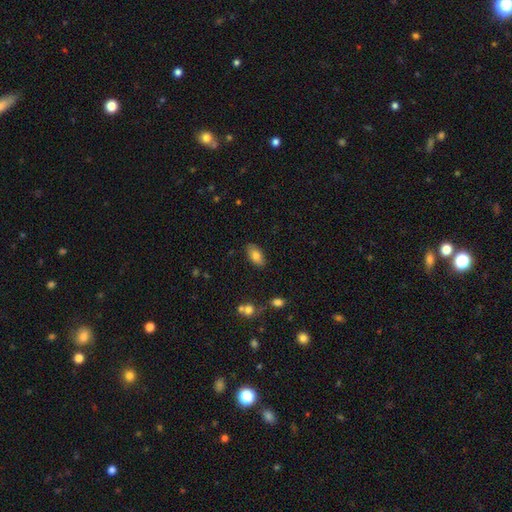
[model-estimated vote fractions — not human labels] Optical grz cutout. It shows a smooth galaxy with no disk features (79%) that is in between round and cigar-shaped (92%). Merging: none (84%).